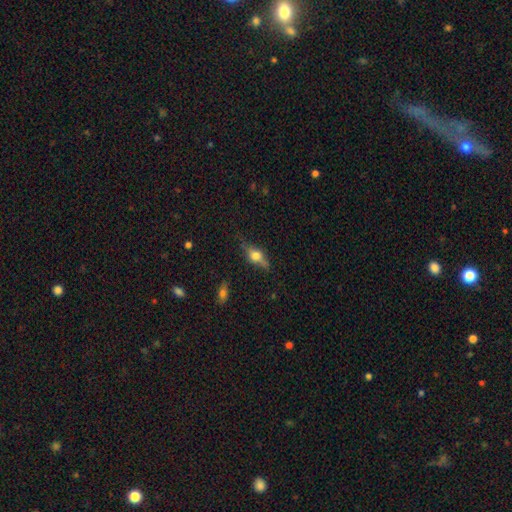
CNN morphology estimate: A featured or disk galaxy (54%) viewed edge-on (91%).

Vote fractions:
- Smooth or featured? featured or disk: 54% / smooth: 37% / star or artifact: 10%
- Edge-on disk? yes: 91% / no: 9%
- Merging? none: 74% / minor disturbance: 18% / major disturbance: 6% / merger: 2%